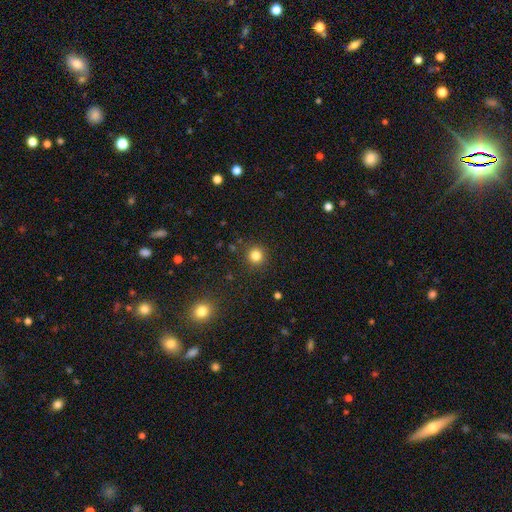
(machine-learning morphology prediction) type=smooth (82%); roundness=round (93%); merging=none (90%).